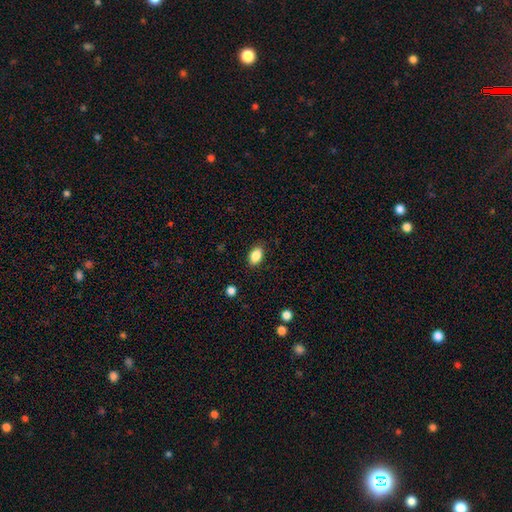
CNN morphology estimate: This appears to be a smooth galaxy with no disk features (87%) that is in between round and cigar-shaped (90%). Merging: none (87%).